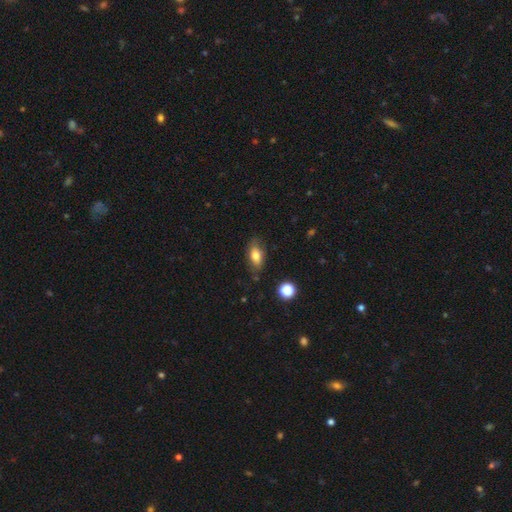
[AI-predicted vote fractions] This appears to be a smooth galaxy with no disk features (74%) that is in between round and cigar-shaped (83%). Merging: none (75%).